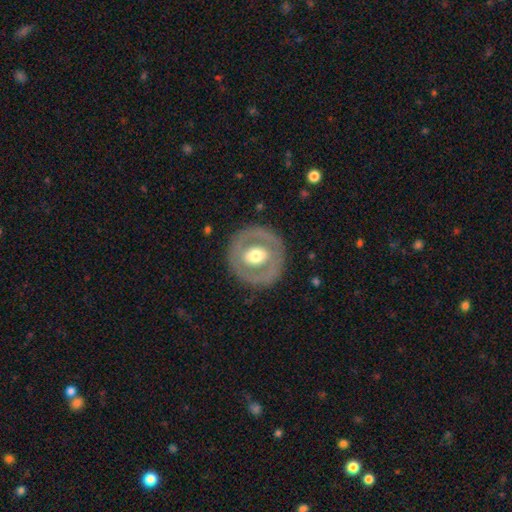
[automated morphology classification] type=featured or disk (59%); edge-on=no (95%); bar=no (56%); spiral arms=no (83%); bulge=moderate (64%); merging=none (84%).